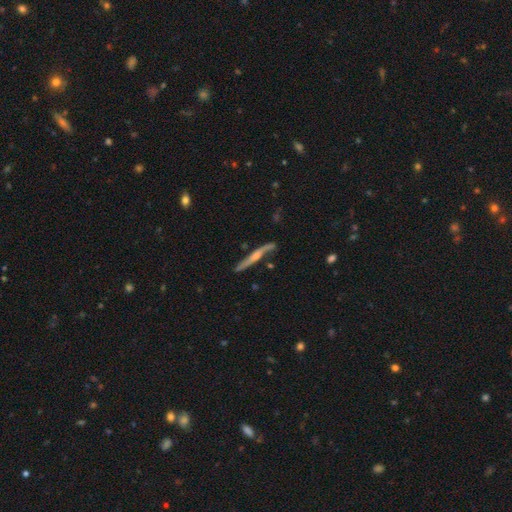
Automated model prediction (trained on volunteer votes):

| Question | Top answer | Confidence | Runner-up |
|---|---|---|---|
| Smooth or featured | featured or disk | 73% | smooth (21%) |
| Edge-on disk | yes | 87% | no (13%) |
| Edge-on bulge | rounded | 67% | none (22%) |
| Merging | none | 73% | minor disturbance (18%) |